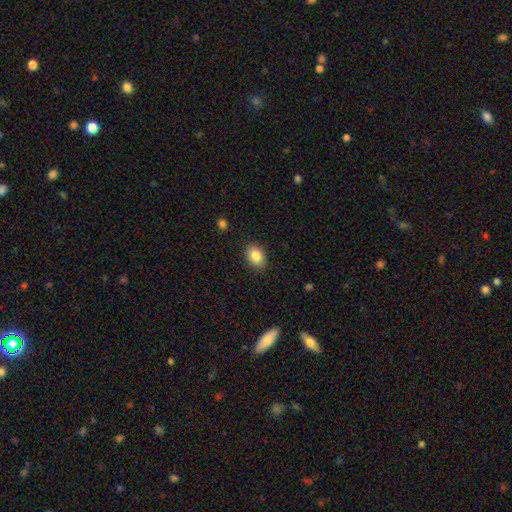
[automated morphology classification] This appears to be a smooth galaxy with no disk features (85%) that is in between round and cigar-shaped (68%). Merging: none (87%).